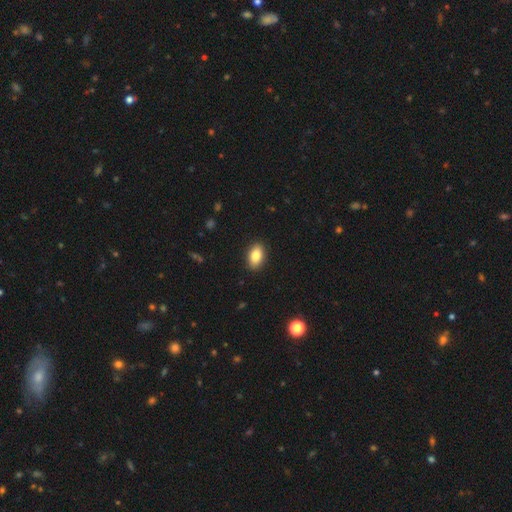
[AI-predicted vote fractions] This appears to be a smooth galaxy with no disk features (85%) that is in between round and cigar-shaped (90%). Merging: none (90%).